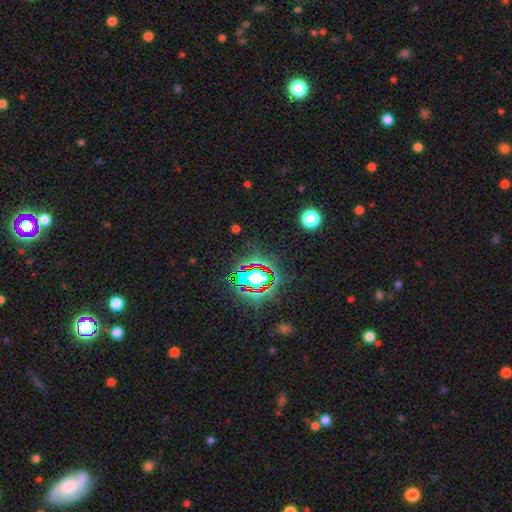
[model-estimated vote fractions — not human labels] Morphology: type=star or artifact (79%).